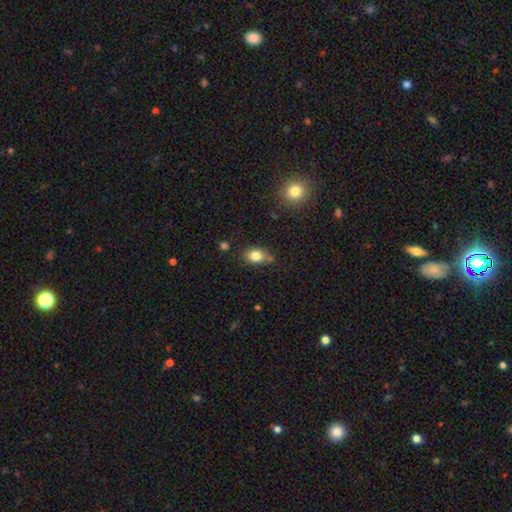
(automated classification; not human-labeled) Smooth or featured? Predicted: smooth (p=0.81). How rounded? Predicted: in between (p=0.76). Merging? Predicted: none (p=0.72).